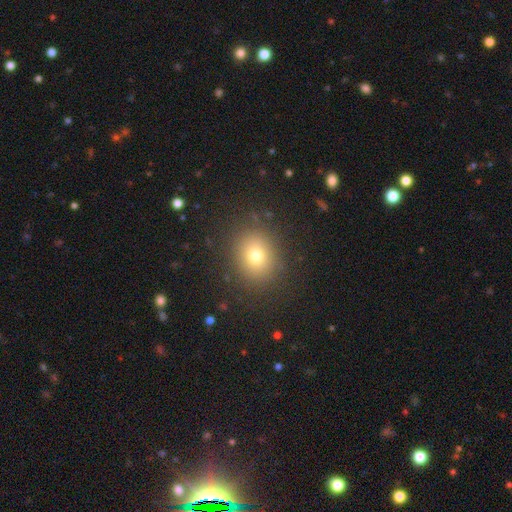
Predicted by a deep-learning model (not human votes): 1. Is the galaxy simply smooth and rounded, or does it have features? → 75% smooth, 15% star or artifact, 10% featured or disk.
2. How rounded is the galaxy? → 68% round, 31% in between, 1% cigar-shaped.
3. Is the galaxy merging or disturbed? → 88% none, 8% minor disturbance, 3% major disturbance, 1% merger.